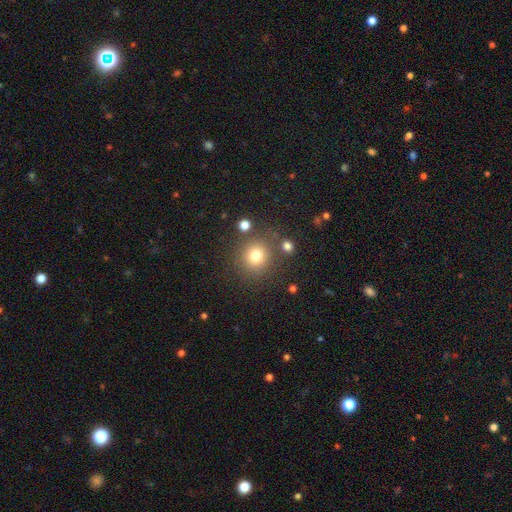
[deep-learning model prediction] Q: Smooth or featured?
A: smooth (77%); runner-up: star or artifact (14%)
Q: How rounded?
A: round (90%); runner-up: in between (9%)
Q: Merging?
A: none (81%); runner-up: minor disturbance (9%)